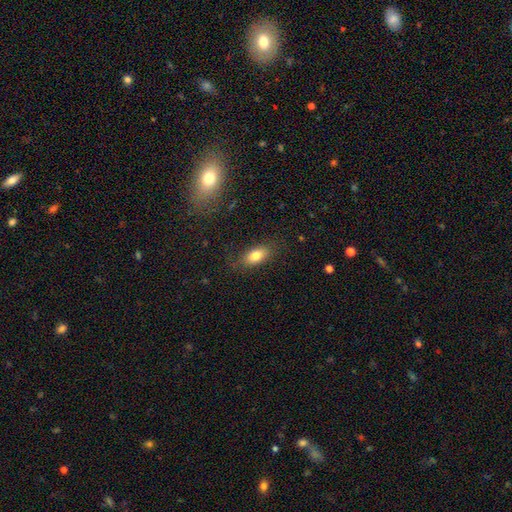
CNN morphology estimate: This is clearly a smooth galaxy (80%). How rounded: clearly in between (87%). Merging: clearly none (81%).